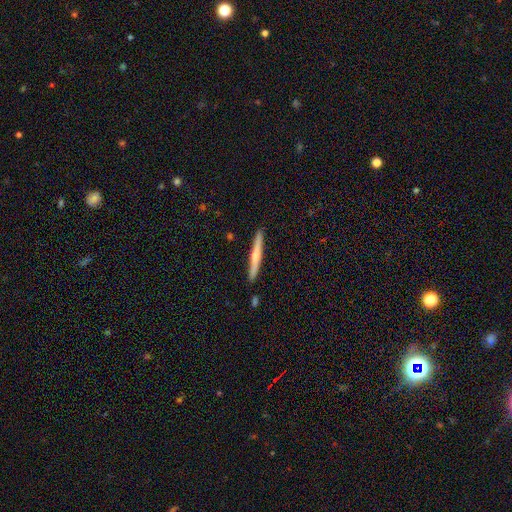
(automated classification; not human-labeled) Overall: smooth (48%; featured or disk 47%). Merging: none (91%).